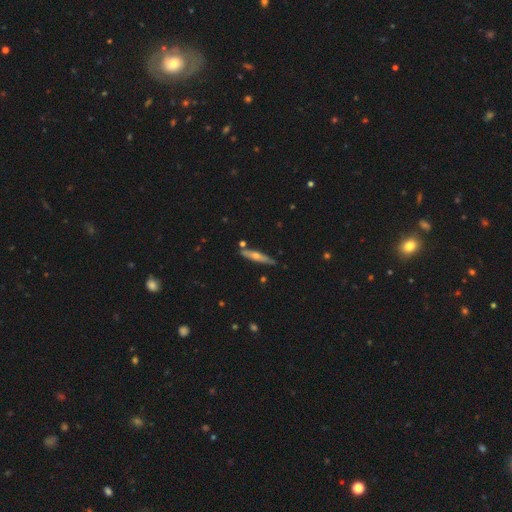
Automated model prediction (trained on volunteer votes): A featured or disk galaxy (59%) viewed edge-on (92%) with a rounded central bulge (86%). Merging: none (82%).